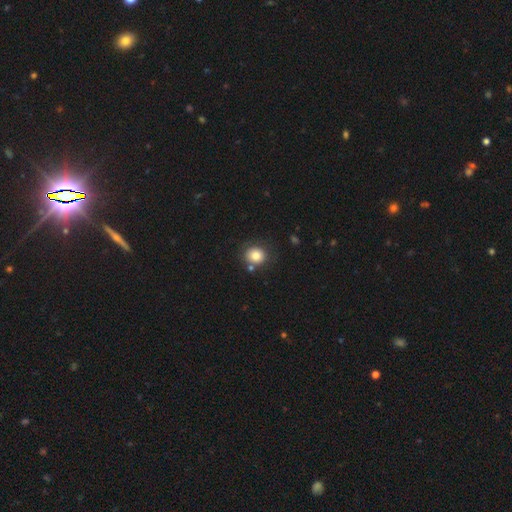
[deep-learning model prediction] Smooth or featured?
  - smooth: 81% *
  - star or artifact: 10%
  - featured or disk: 9%
How rounded?
  - round: 83% *
  - in between: 16%
  - cigar-shaped: 1%
Merging?
  - none: 77% *
  - minor disturbance: 12%
  - merger: 7%
  - major disturbance: 4%